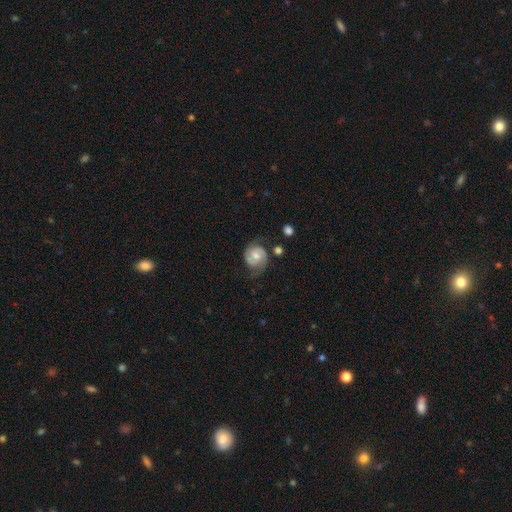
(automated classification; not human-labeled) smooth-or-featured: featured or disk: 73% | smooth: 20% | star or artifact: 7%
  disk-edge-on: no: 98% | yes: 2%
    bar: no: 55% | weak: 38% | strong: 7%
    has-spiral-arms: yes: 94% | no: 6%
      spiral-winding: medium: 43% | tight: 42% | loose: 15%
      spiral-arm-count: 2: 86% | can't tell: 7% | 1: 3% | 3: 2% | 4: 1% | more than 4: 1%
    bulge-size: moderate: 59% | small: 31% | large: 5% | none: 3% | dominant: 1%
  merging: none: 66% | minor disturbance: 21% | major disturbance: 10% | merger: 3%